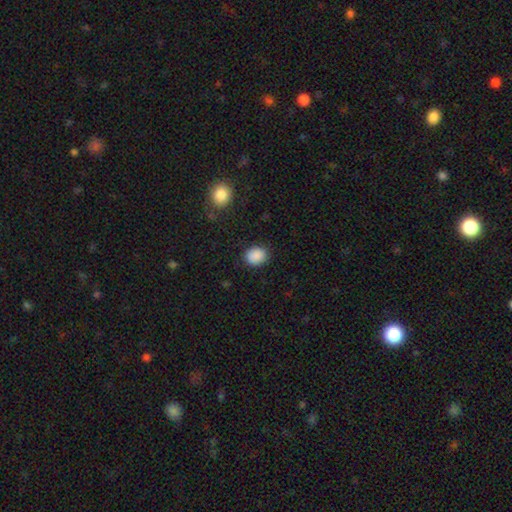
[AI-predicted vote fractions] The model was most divided on "how rounded": round: 60%, in between: 39%, cigar-shaped: 1%. More confident: smooth or featured — smooth (89%); merging — none (86%).